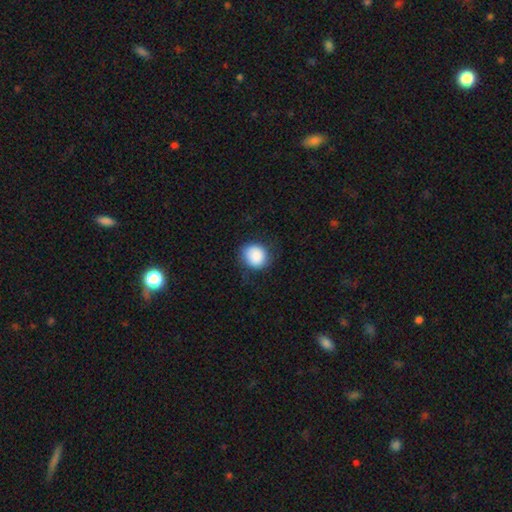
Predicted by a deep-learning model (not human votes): Morphology: type=smooth (87%); roundness=round (79%); merging=none (75%).